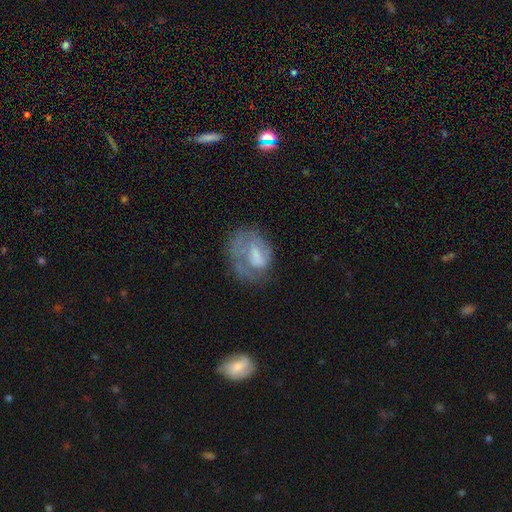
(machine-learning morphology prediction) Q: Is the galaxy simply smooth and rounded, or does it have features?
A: featured or disk — 51%.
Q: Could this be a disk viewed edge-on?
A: no — 97%.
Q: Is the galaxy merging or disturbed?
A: none — 39%.